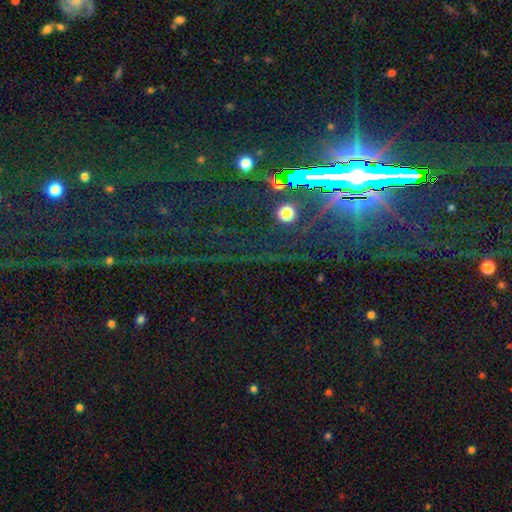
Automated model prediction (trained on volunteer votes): Smooth or featured? Predicted: star or artifact (p=0.83).